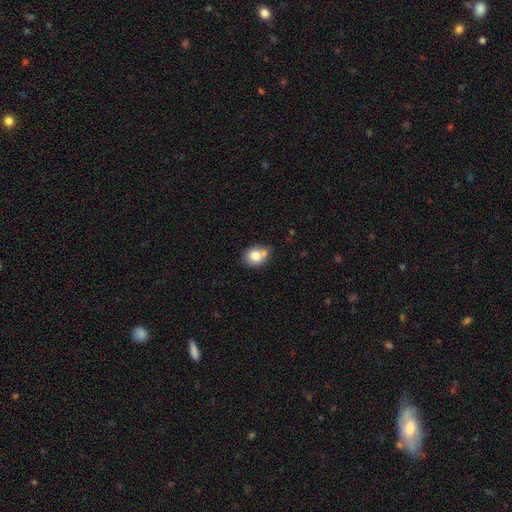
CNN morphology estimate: The model was most divided on "how rounded": round: 61%, in between: 38%, cigar-shaped: 1%. More confident: smooth or featured — smooth (79%); merging — none (53%).